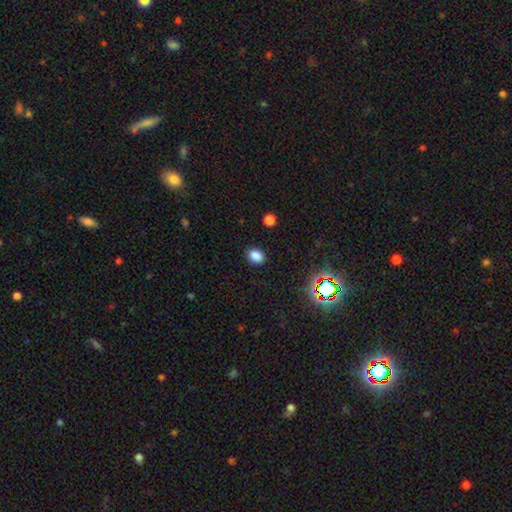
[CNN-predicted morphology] This is clearly a smooth galaxy (82%). How rounded: likely in between (67%). Merging: clearly none (87%).